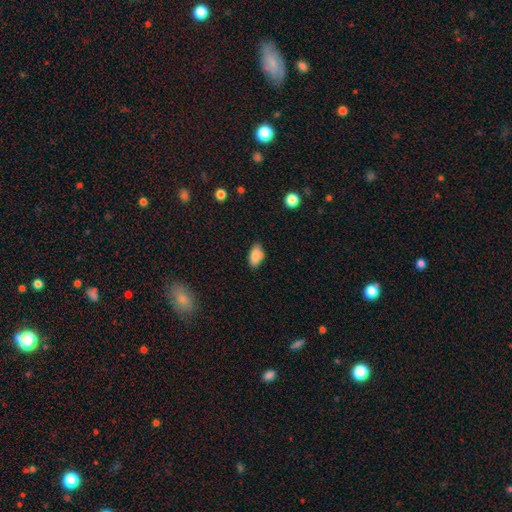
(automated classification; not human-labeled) A smooth galaxy with no disk features (85%) that is in between round and cigar-shaped (92%). Merging: none (81%).